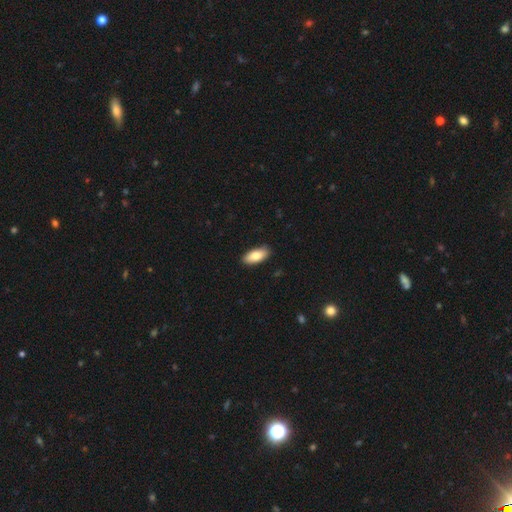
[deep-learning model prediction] smooth 83%, featured or disk 11%, star or artifact 6%. Down the decision tree: how rounded — in between (88%); merging — none (88%).